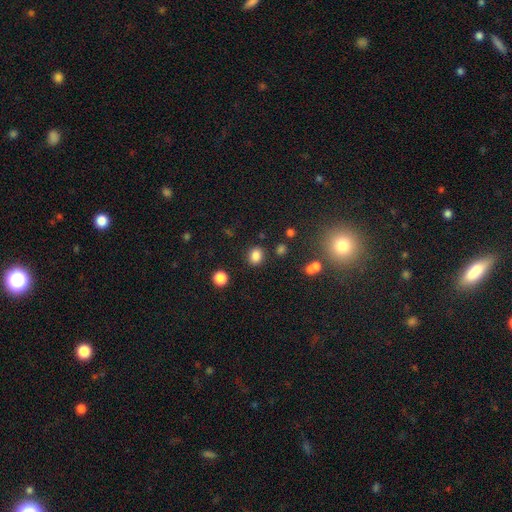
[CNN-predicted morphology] Smooth or featured: smooth — 83% (star or artifact — 12%)
How rounded: round — 61% (in between — 38%)
Merging: none — 85% (minor disturbance — 8%)